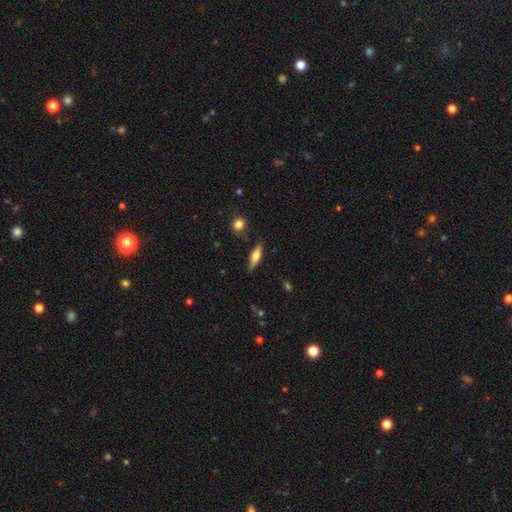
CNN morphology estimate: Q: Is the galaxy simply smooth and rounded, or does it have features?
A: smooth — 55%.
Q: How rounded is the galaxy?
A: cigar-shaped — 55%.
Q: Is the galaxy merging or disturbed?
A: none — 80%.